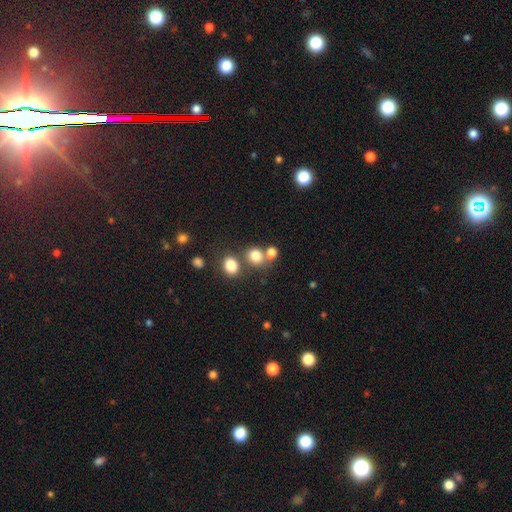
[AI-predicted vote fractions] This appears to be a smooth galaxy with no disk features (78%) that is round (73%). Merging: none (53%).